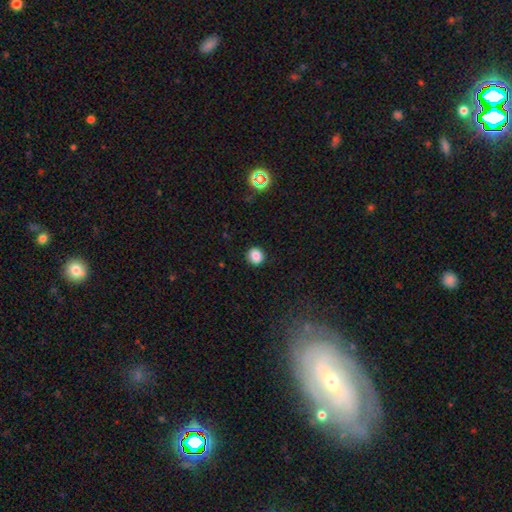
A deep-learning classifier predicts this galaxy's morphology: Smooth or featured: smooth — 86% (star or artifact — 11%)
How rounded: round — 82% (in between — 17%)
Merging: none — 90% (minor disturbance — 7%)